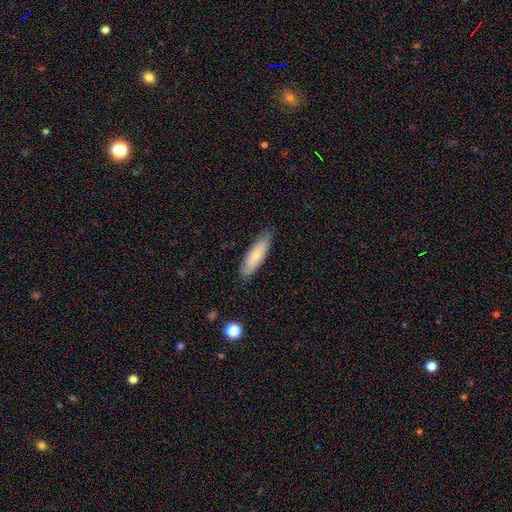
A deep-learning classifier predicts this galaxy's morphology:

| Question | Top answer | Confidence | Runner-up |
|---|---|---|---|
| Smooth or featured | smooth | 71% | featured or disk (23%) |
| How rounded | cigar-shaped | 58% | in between (40%) |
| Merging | none | 82% | minor disturbance (14%) |